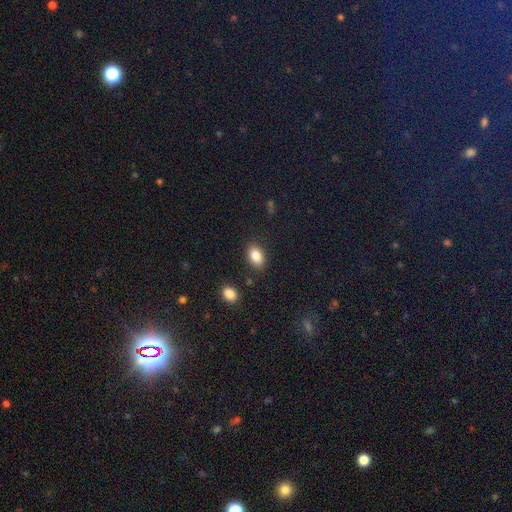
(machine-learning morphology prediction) The model was most divided on "how rounded": in between: 85%, round: 13%, cigar-shaped: 2%. More confident: smooth or featured — smooth (86%); merging — none (83%).